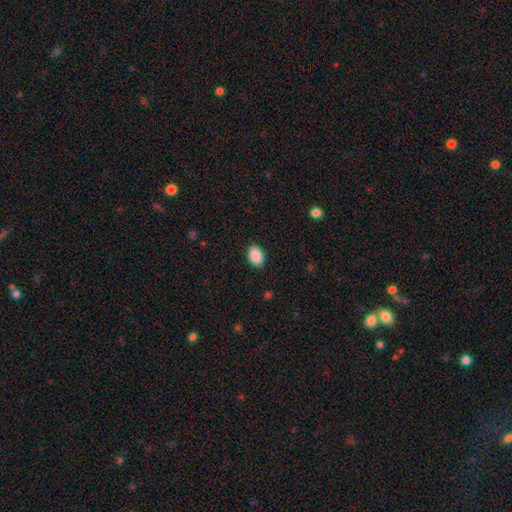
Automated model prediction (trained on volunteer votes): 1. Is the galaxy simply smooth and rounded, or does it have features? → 90% smooth, 7% star or artifact, 3% featured or disk.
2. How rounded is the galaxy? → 84% in between, 15% round, 1% cigar-shaped.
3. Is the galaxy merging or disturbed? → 89% none, 8% minor disturbance, 2% major disturbance, 1% merger.